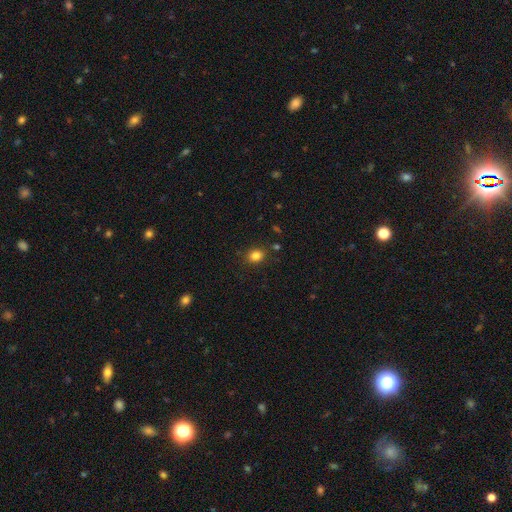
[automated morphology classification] Smooth or featured?
  - smooth: 83% *
  - star or artifact: 12%
  - featured or disk: 5%
How rounded?
  - round: 56% *
  - in between: 43%
  - cigar-shaped: 1%
Merging?
  - none: 85% *
  - minor disturbance: 10%
  - major disturbance: 3%
  - merger: 2%